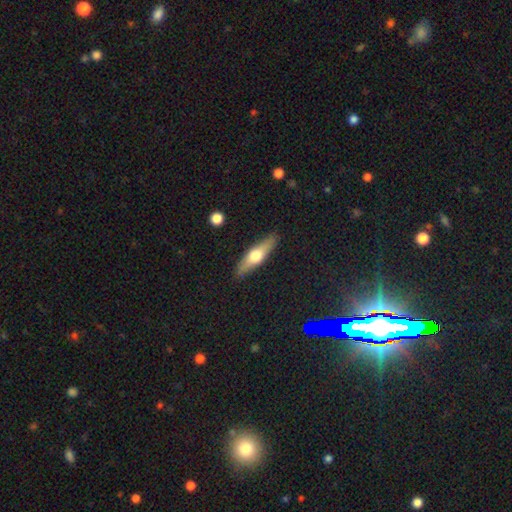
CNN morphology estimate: Smooth or featured? featured or disk (49%)
Merging? none (87%)